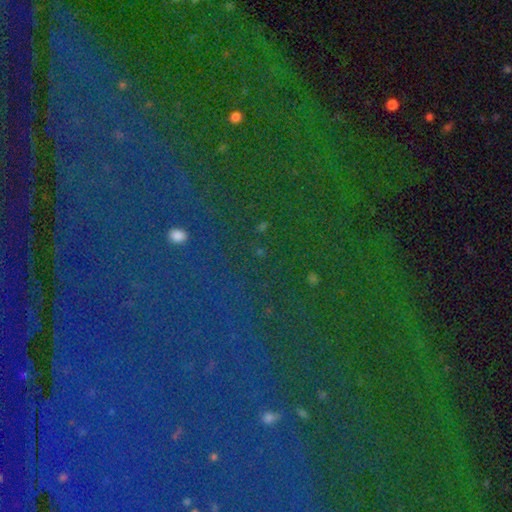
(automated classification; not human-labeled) smooth_or_featured: star or artifact (p=0.83) [alt: smooth p=0.09]